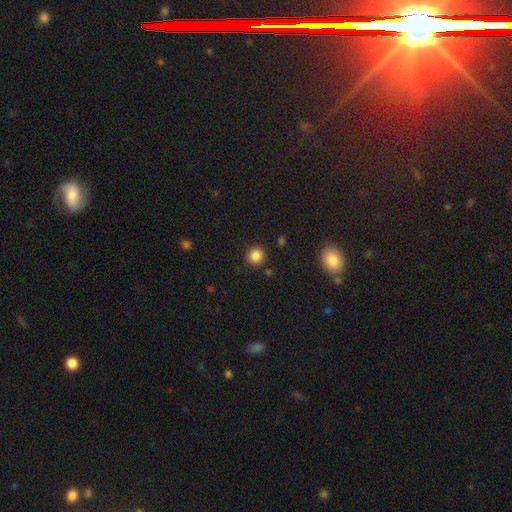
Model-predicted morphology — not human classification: Smooth or featured? Predicted: smooth (p=0.85). How rounded? Predicted: round (p=0.93). Merging? Predicted: none (p=0.89).